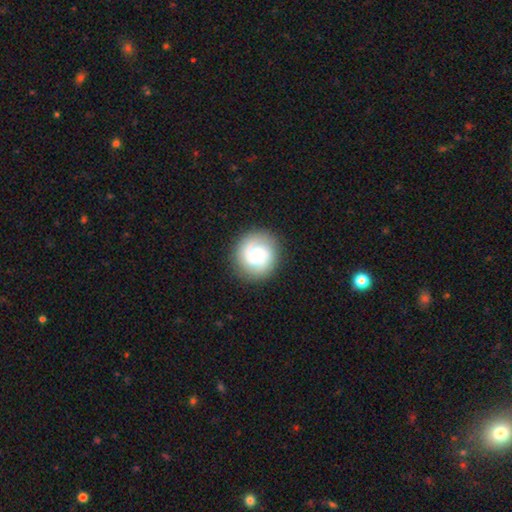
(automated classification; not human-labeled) Overall: featured or disk (68%). Edge-on disk: no (98%). Bar: no (59%; weak 35%). Spiral arms: yes (94%). Spiral arm count: 2 (68%). Spiral winding: medium (43%; tight 42%). Bulge size: moderate (45%; small 43%). Merging: none (86%).